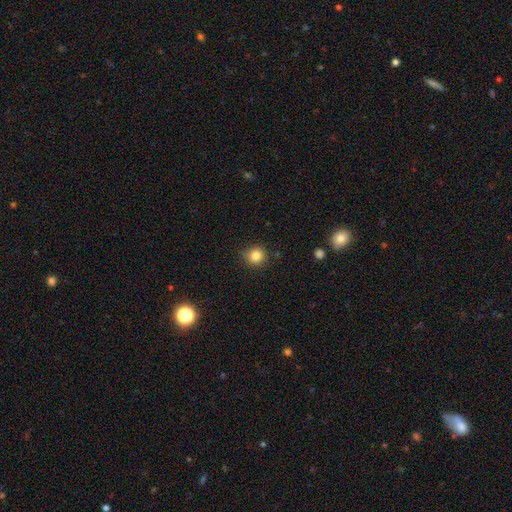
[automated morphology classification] smooth 83%, star or artifact 12%, featured or disk 5%. Down the decision tree: how rounded — round (90%); merging — none (85%).